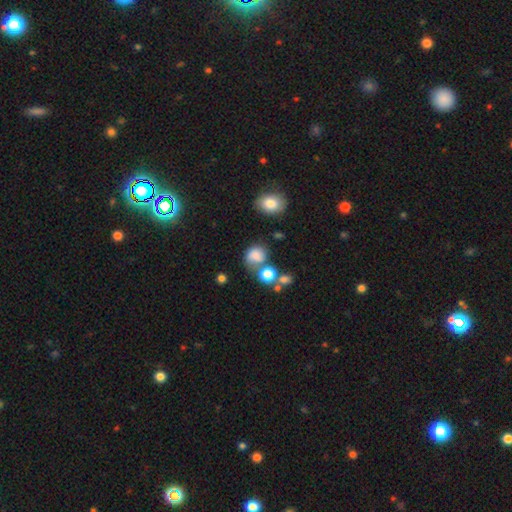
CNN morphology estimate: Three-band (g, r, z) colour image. It shows a smooth galaxy with no disk features (72%) that is round (71%). Merging: none (49%).